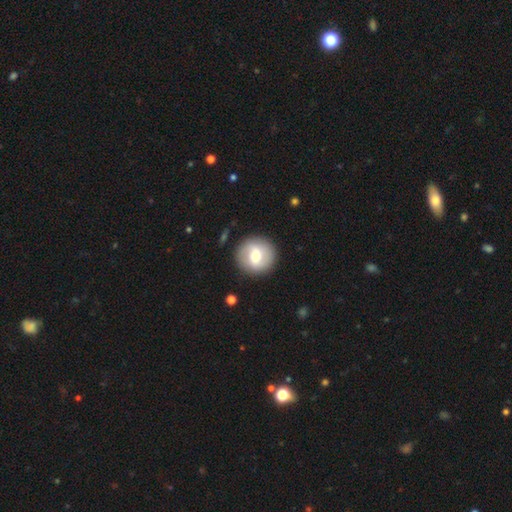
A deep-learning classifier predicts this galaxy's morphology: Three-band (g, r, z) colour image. It shows a smooth galaxy with no disk features (56%) that is round (94%). Merging: none (90%).